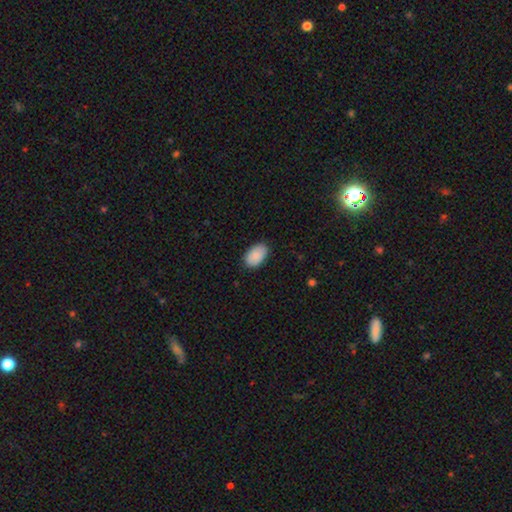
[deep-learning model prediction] Smooth or featured? smooth (89%)
How rounded? in between (93%)
Merging? none (86%)